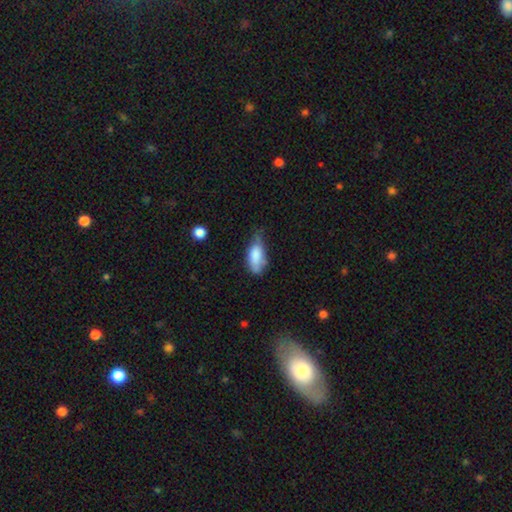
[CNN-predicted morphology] smooth-or-featured: smooth: 79% | featured or disk: 14% | star or artifact: 7%
  how-rounded: in between: 84% | cigar-shaped: 13% | round: 3%
  merging: minor disturbance: 46% | none: 35% | major disturbance: 15% | merger: 4%